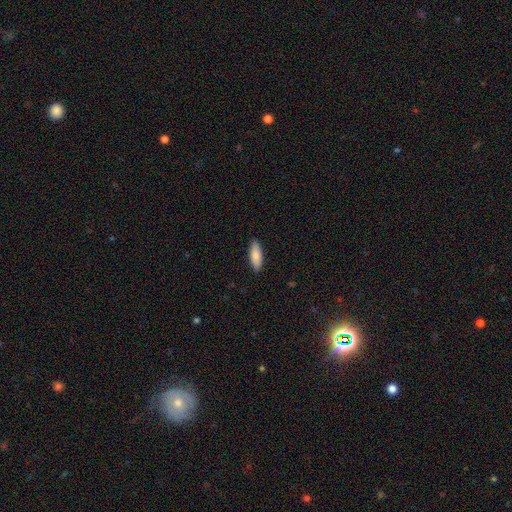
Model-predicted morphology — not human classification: This is clearly a smooth galaxy (87%). How rounded: likely in between (65%). Merging: clearly none (90%).